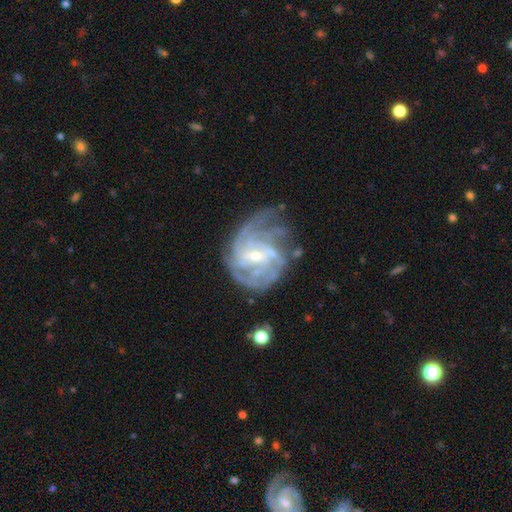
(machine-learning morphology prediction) Q: Smooth or featured?
A: featured or disk (88%); runner-up: star or artifact (6%)
Q: Edge-on disk?
A: no (98%); runner-up: yes (2%)
Q: Bar?
A: weak (49%); runner-up: no (35%)
Q: Spiral arms?
A: yes (96%); runner-up: no (4%)
Q: Spiral winding?
A: tight (58%); runner-up: medium (33%)
Q: Spiral arm count?
A: can't tell (28%); runner-up: 4 (25%)
Q: Bulge size?
A: small (70%); runner-up: moderate (26%)
Q: Merging?
A: none (55%); runner-up: minor disturbance (24%)